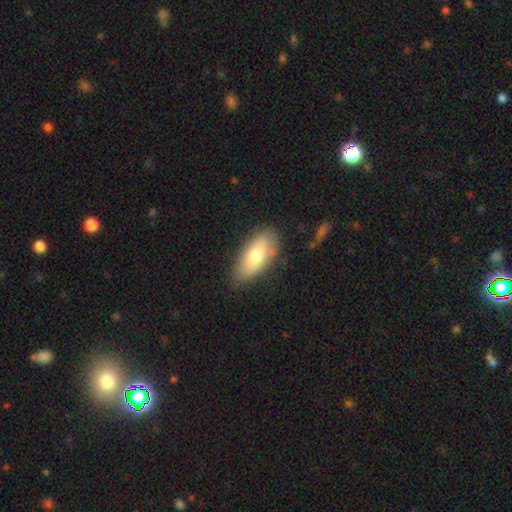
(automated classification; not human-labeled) smooth 74%, featured or disk 19%, star or artifact 7%. Down the decision tree: how rounded — in between (86%); merging — none (80%).